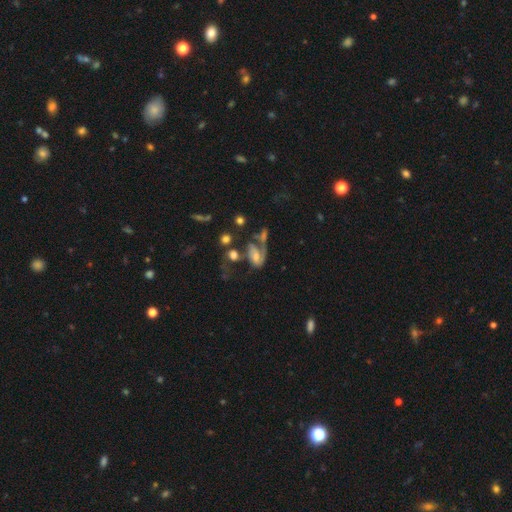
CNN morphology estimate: A featured or disk galaxy (66%) with no bar (55%), 1 (53%) loose (40%) spiral arms (80%) and a moderate central bulge (45%). Merging: major disturbance (36%).